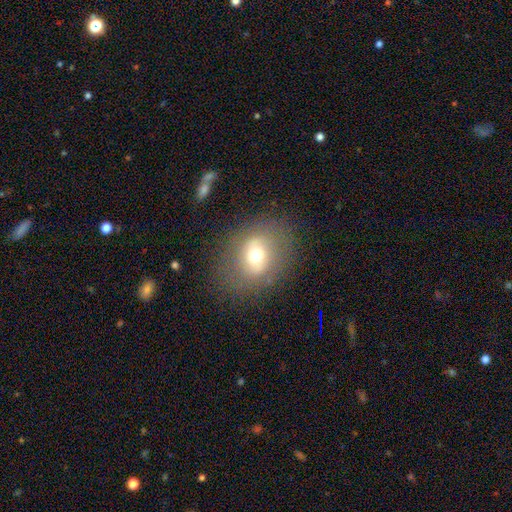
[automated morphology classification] This appears to be a smooth galaxy with no disk features (55%) that is in between round and cigar-shaped (50%). Merging: none (80%).